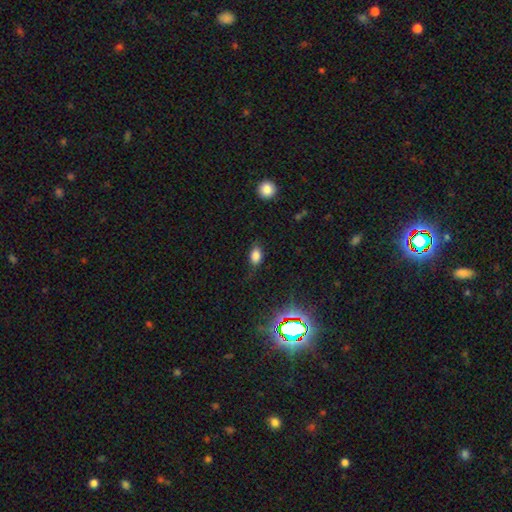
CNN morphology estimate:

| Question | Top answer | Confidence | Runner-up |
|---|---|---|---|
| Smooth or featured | smooth | 80% | star or artifact (13%) |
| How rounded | in between | 85% | round (12%) |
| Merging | none | 72% | minor disturbance (20%) |